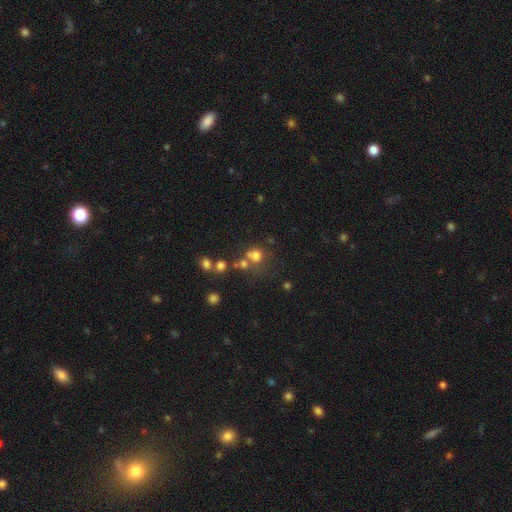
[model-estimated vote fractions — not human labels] smooth 67%, star or artifact 19%, featured or disk 14%. Down the decision tree: how rounded — round (80%); merging — none (47%).